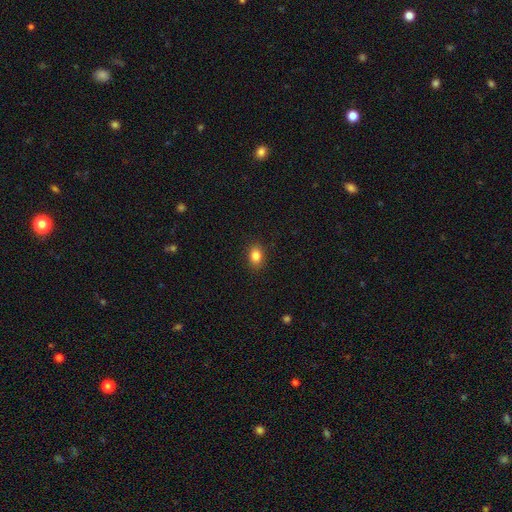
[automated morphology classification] A smooth galaxy with no disk features (84%) that is in between round and cigar-shaped (69%). Merging: none (89%).